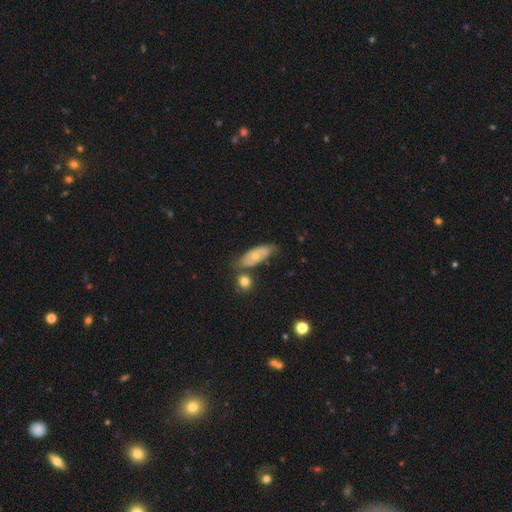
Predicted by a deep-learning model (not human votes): Smooth or featured? smooth (49%)
Merging? none (56%)